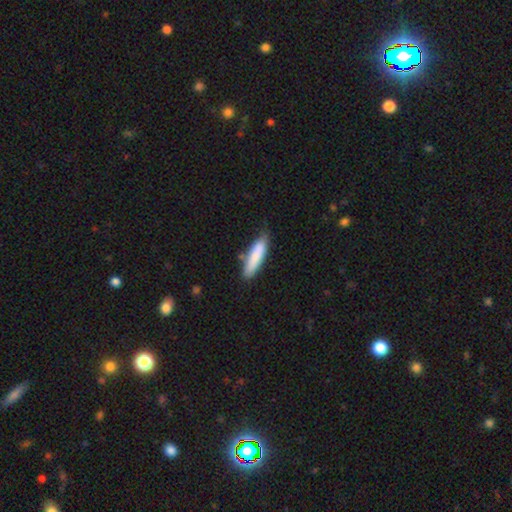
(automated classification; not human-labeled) Smooth or featured? smooth (82%)
How rounded? cigar-shaped (70%)
Merging? none (68%)